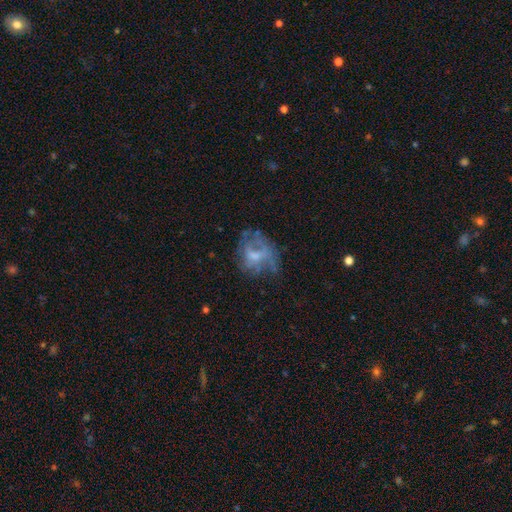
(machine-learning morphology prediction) A featured or disk galaxy (57%) with no bar (58%), no spiral arms (60%) and a moderate central bulge (36%).

Vote fractions:
- Smooth or featured? featured or disk: 57% / smooth: 31% / star or artifact: 12%
- Edge-on disk? no: 97% / yes: 3%
- Bar? no: 58% / weak: 35% / strong: 7%
- Spiral arms? no: 60% / yes: 40%
- Bulge size? moderate: 36% / small: 34% / none: 25% / large: 4% / dominant: 1%
- Merging? none: 47% / major disturbance: 27% / minor disturbance: 23% / merger: 3%